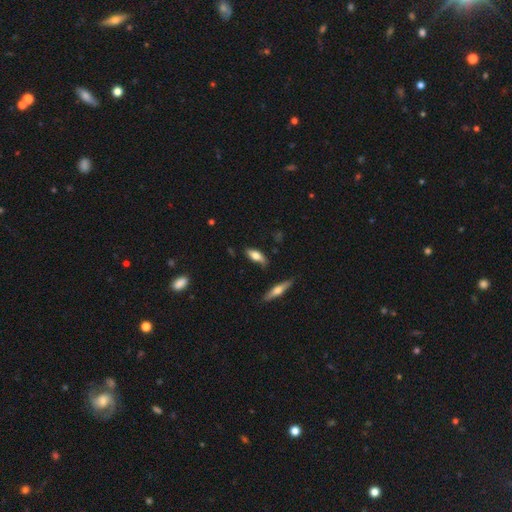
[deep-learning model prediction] A smooth galaxy with no disk features (66%) that is in between round and cigar-shaped (68%).

Vote fractions:
- Smooth or featured? smooth: 66% / featured or disk: 27% / star or artifact: 7%
- How rounded? in between: 68% / cigar-shaped: 29% / round: 3%
- Merging? none: 74% / minor disturbance: 18% / major disturbance: 4% / merger: 4%